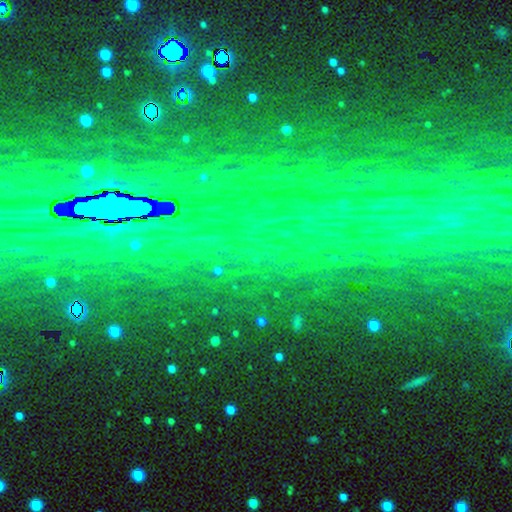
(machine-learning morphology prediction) The model was most divided on "smooth or featured": star or artifact: 85%, featured or disk: 8%, smooth: 7%.